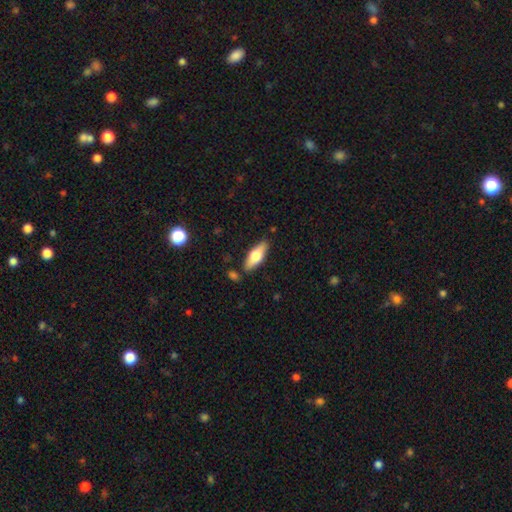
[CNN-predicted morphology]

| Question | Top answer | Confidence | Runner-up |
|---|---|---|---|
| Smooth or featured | smooth | 62% | featured or disk (32%) |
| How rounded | in between | 67% | cigar-shaped (31%) |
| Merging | none | 83% | minor disturbance (11%) |